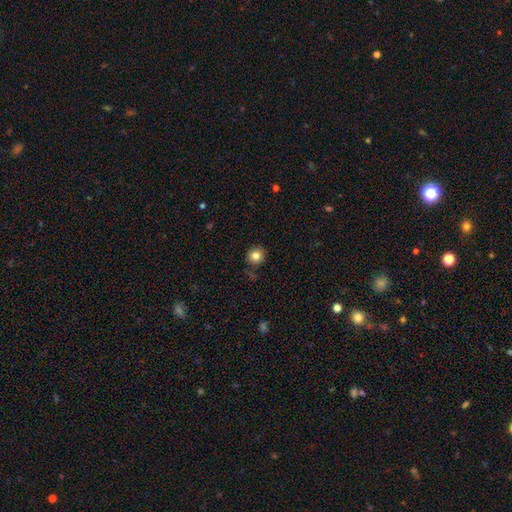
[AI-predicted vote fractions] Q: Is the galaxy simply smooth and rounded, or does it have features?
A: smooth — 83%.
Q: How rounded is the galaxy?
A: round — 91%.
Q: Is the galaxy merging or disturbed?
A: none — 86%.